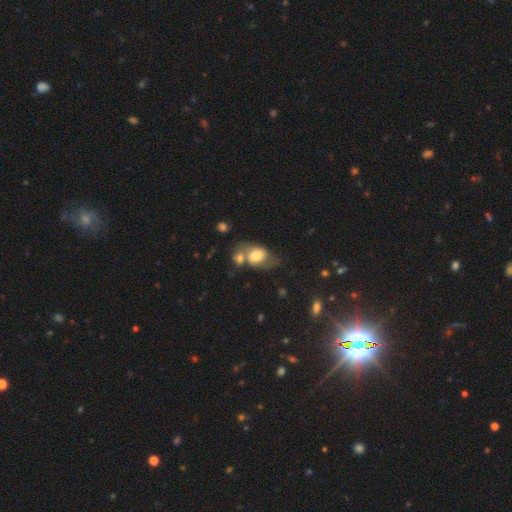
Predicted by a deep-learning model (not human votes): A smooth galaxy with no disk features (64%) that is in between round and cigar-shaped (69%).

Vote fractions:
- Smooth or featured? smooth: 64% / featured or disk: 27% / star or artifact: 9%
- How rounded? in between: 69% / round: 29% / cigar-shaped: 2%
- Merging? merger: 41% / none: 31% / minor disturbance: 17% / major disturbance: 11%